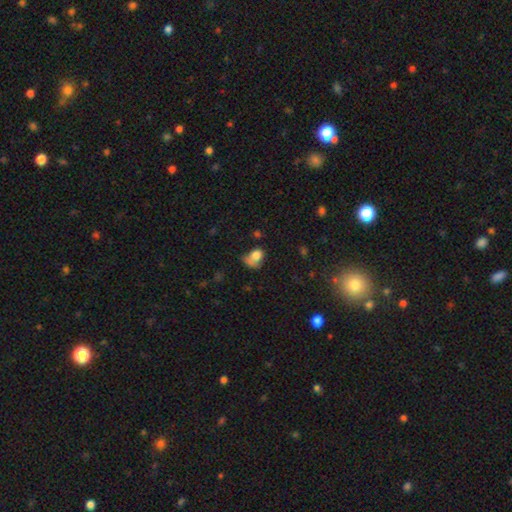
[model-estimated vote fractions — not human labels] Smooth or featured? Predicted: smooth (p=0.74). How rounded? Predicted: in between (p=0.54). Merging? Predicted: none (p=0.28).